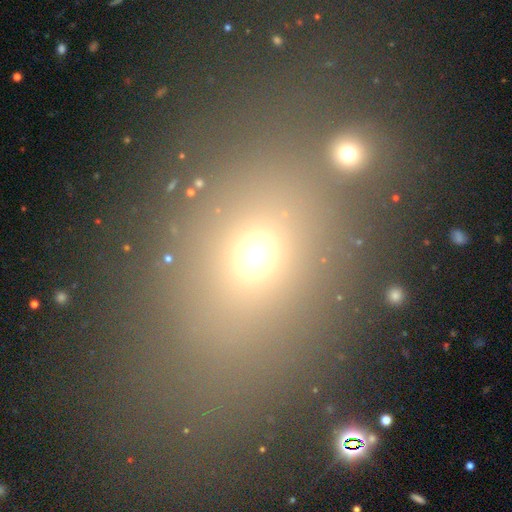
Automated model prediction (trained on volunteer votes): Smooth or featured? smooth (65%)
How rounded? in between (61%)
Merging? none (67%)